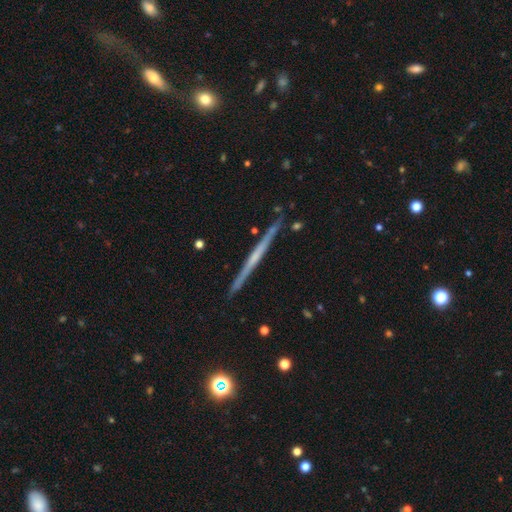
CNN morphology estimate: A featured or disk galaxy (72%) viewed edge-on (98%) with no central bulge (67%).

Vote fractions:
- Smooth or featured? featured or disk: 72% / smooth: 22% / star or artifact: 6%
- Edge-on disk? yes: 98% / no: 2%
- Edge-on bulge? none: 67% / rounded: 26% / boxy: 7%
- Merging? none: 91% / minor disturbance: 6% / merger: 1% / major disturbance: 1%